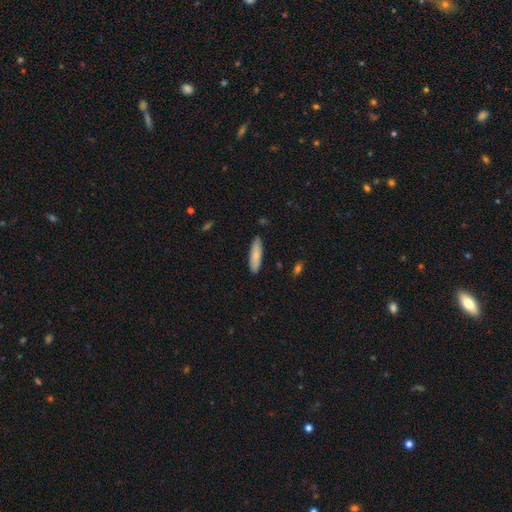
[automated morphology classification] Overall: smooth (80%). How rounded: cigar-shaped (68%; in between 30%). Merging: none (88%).